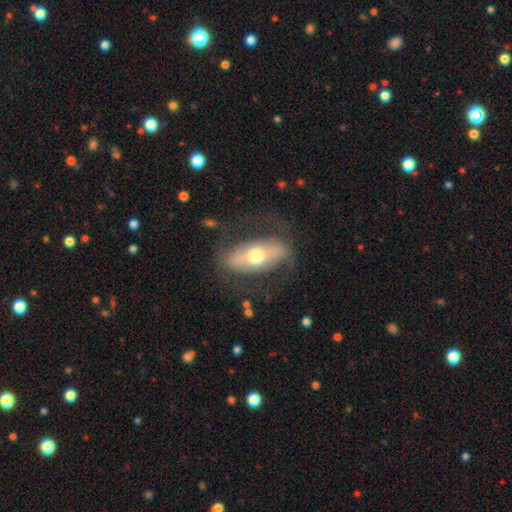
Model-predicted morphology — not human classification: smooth-or-featured: featured or disk: 57% | smooth: 37% | star or artifact: 6%
  disk-edge-on: no: 78% | yes: 22%
  merging: none: 69% | minor disturbance: 16% | major disturbance: 14% | merger: 2%